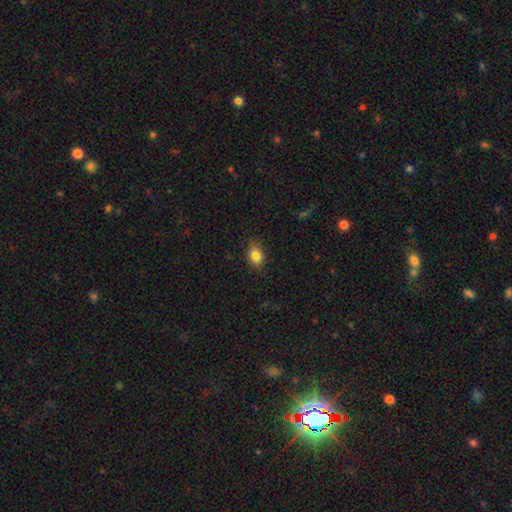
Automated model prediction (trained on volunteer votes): The model was most divided on "how rounded": in between: 61%, round: 37%, cigar-shaped: 1%. More confident: smooth or featured — smooth (84%); merging — none (81%).